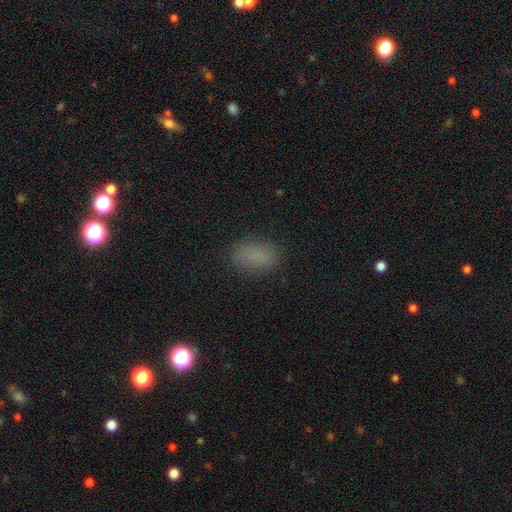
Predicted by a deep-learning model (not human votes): A smooth galaxy with no disk features (82%) that is in between round and cigar-shaped (88%). Merging: none (83%).